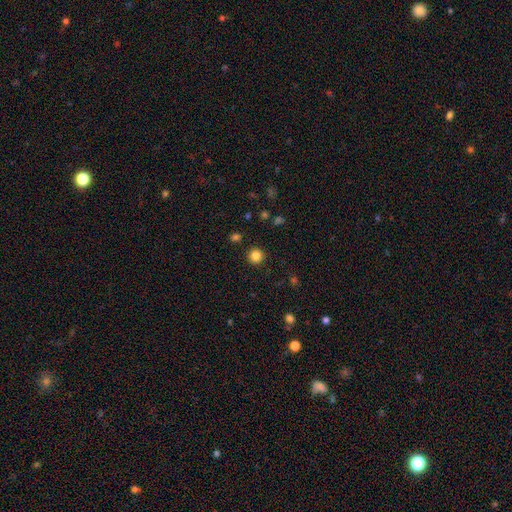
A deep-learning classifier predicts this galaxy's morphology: A smooth galaxy with no disk features (84%) that is round (94%). Merging: none (92%).